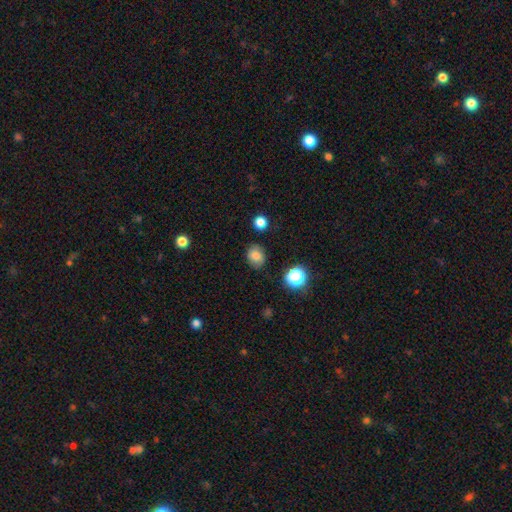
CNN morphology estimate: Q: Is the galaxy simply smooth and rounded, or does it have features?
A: smooth — 79%.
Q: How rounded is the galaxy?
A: round — 51%.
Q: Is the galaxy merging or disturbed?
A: none — 81%.